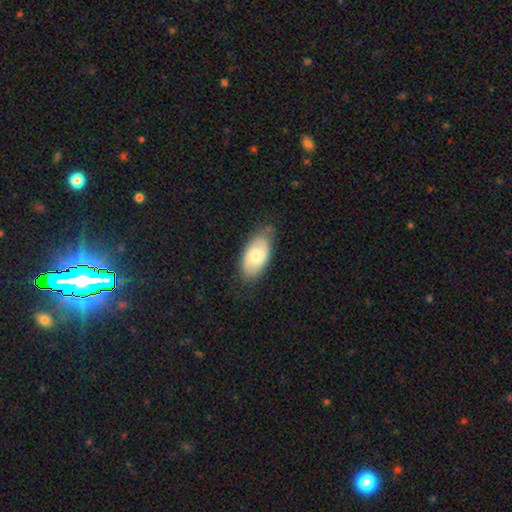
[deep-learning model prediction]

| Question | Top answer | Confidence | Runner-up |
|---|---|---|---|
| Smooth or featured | smooth | 66% | featured or disk (28%) |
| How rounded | in between | 93% | round (4%) |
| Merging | none | 73% | minor disturbance (21%) |